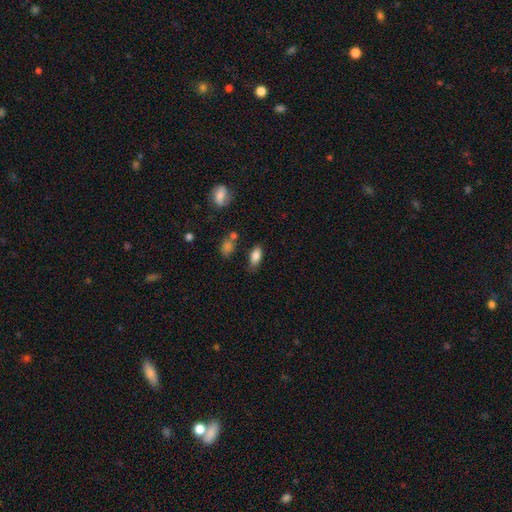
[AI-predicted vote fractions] Smooth or featured? smooth (83%)
How rounded? in between (87%)
Merging? none (75%)